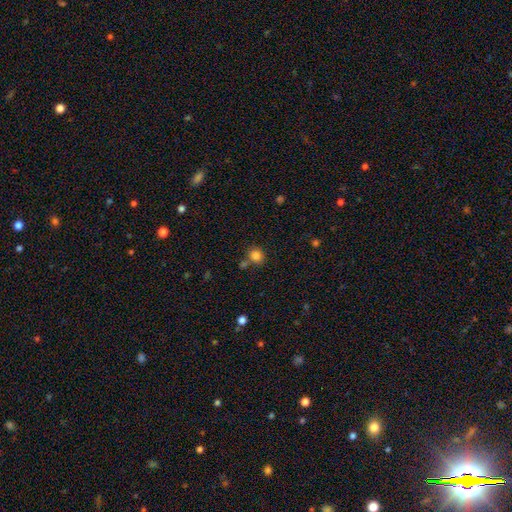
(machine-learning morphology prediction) A smooth galaxy with no disk features (83%) that is round (81%). Merging: none (69%).